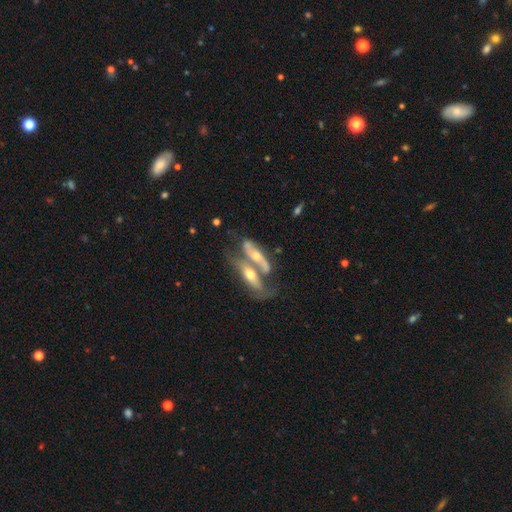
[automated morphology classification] type=featured or disk (63%); edge-on=no (53%); merging=merger (61%).